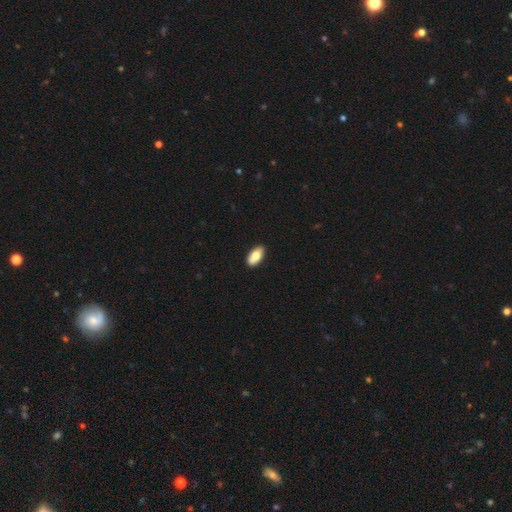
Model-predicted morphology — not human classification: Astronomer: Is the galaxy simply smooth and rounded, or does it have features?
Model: smooth — 75%.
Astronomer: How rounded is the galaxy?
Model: in between — 91%.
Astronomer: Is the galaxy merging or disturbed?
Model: none — 85%.